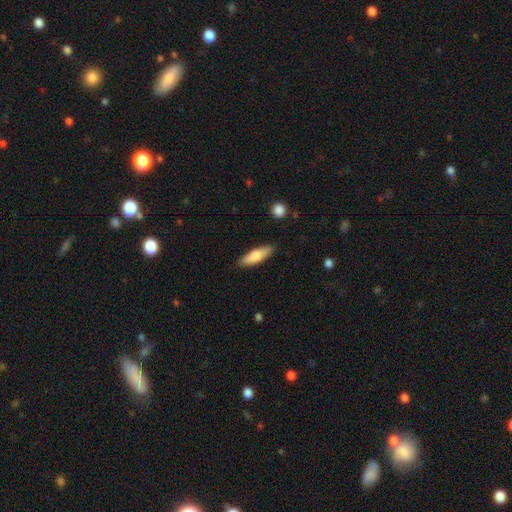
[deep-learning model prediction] This is likely a smooth galaxy (78%). How rounded: possibly cigar-shaped (55%). Merging: clearly none (87%).